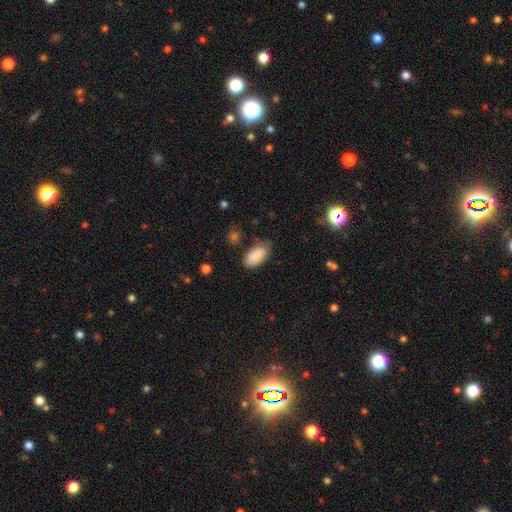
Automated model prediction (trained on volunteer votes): Morphology: type=smooth (88%); roundness=in between (92%); merging=none (73%).